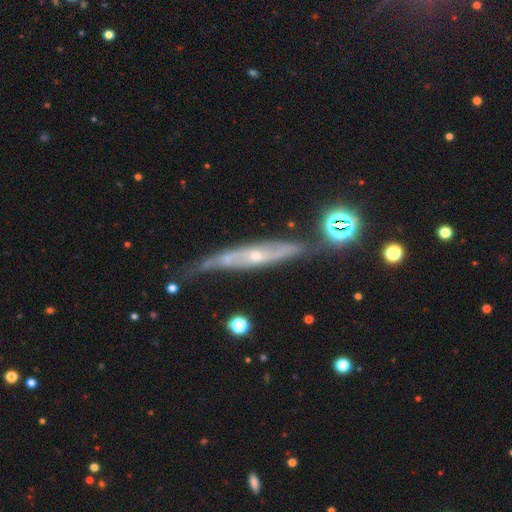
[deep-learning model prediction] Smooth or featured? featured or disk (74%)
Edge-on disk? yes (57%)
Merging? none (58%)